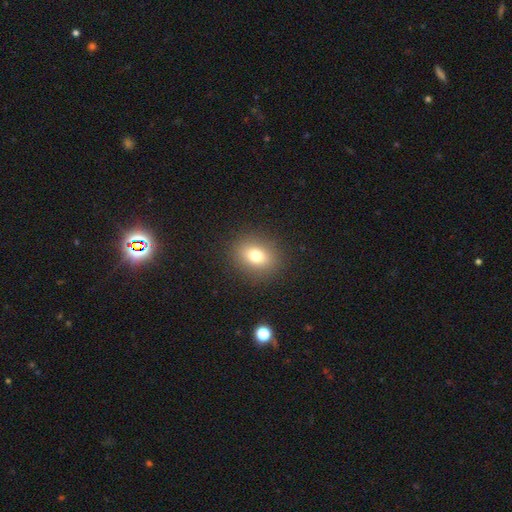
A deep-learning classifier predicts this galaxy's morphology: A smooth galaxy with no disk features (76%) that is round (50%). Merging: none (88%).